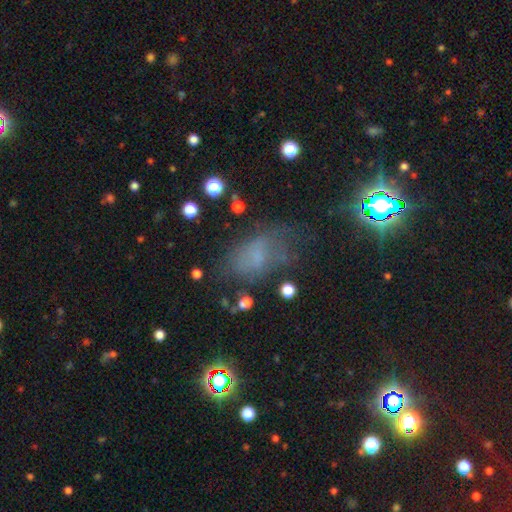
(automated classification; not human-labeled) Q: Smooth or featured?
A: smooth (50%); runner-up: star or artifact (26%)
Q: How rounded?
A: in between (83%); runner-up: round (14%)
Q: Merging?
A: none (46%); runner-up: minor disturbance (26%)